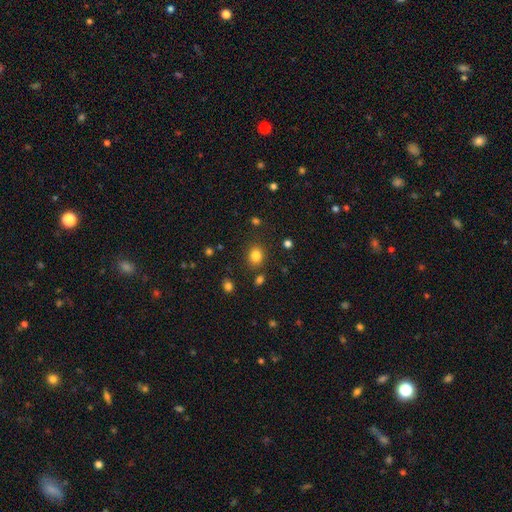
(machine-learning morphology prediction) smooth 82%, star or artifact 12%, featured or disk 6%. Down the decision tree: how rounded — round (63%); merging — none (83%).